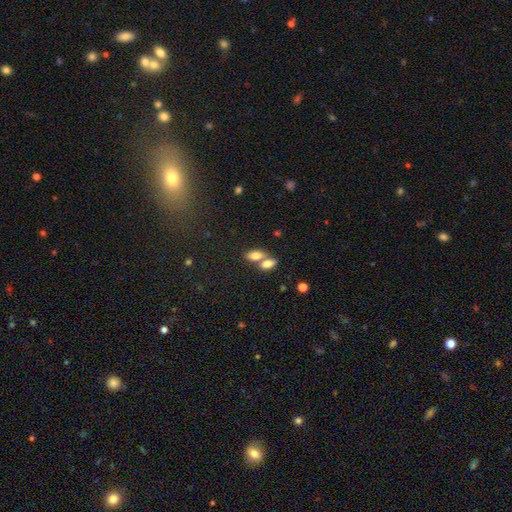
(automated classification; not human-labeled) Smooth or featured: smooth — 80% (featured or disk — 12%)
How rounded: in between — 87% (round — 7%)
Merging: merger — 58% (none — 31%)